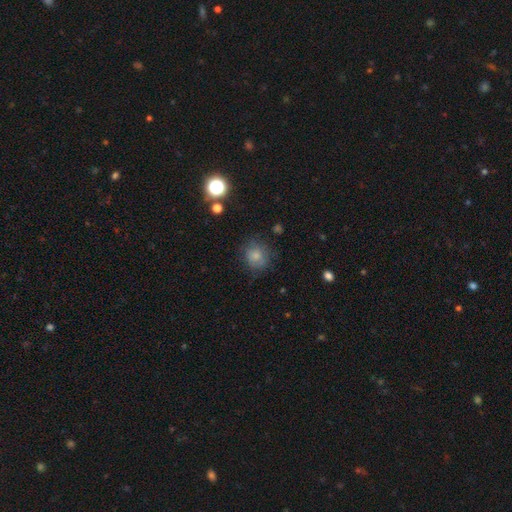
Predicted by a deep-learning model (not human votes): This appears to be a smooth galaxy with no disk features (77%) that is round (81%). Merging: none (73%).